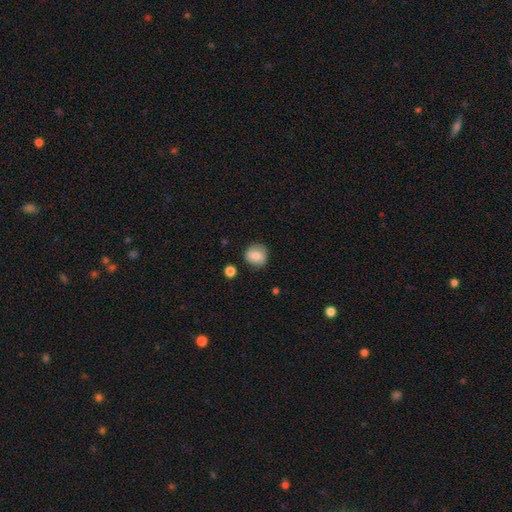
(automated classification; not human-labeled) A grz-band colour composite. It shows a smooth galaxy with no disk features (80%) that is round (85%). Merging: none (80%).